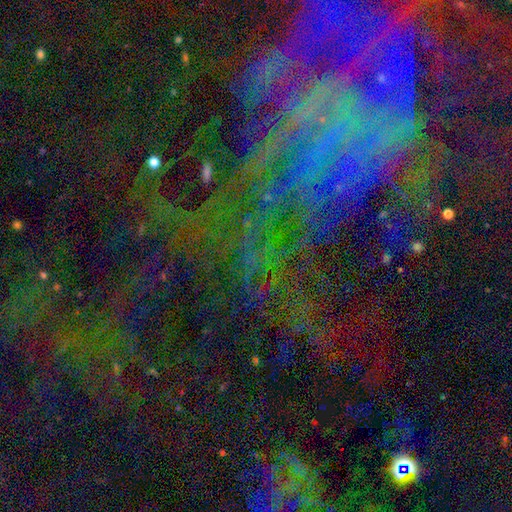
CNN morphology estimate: Smooth or featured? Predicted: star or artifact (p=0.58).